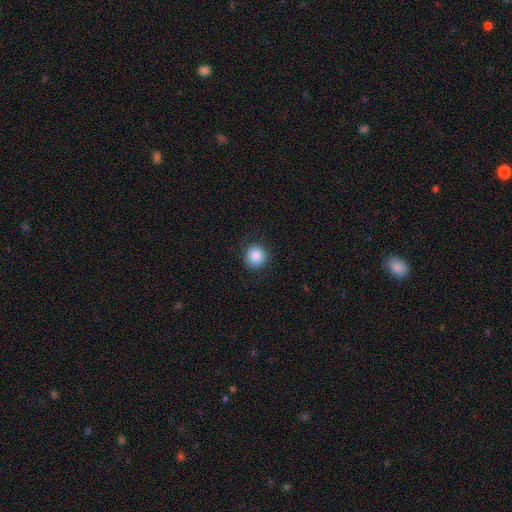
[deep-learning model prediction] This appears to be a smooth galaxy with no disk features (87%) that is round (93%). Merging: none (87%).